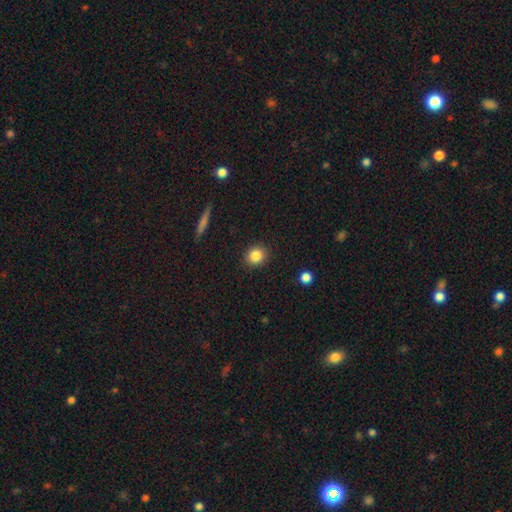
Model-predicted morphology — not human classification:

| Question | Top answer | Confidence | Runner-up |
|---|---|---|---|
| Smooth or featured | smooth | 85% | star or artifact (10%) |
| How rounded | round | 77% | in between (22%) |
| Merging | none | 90% | minor disturbance (7%) |